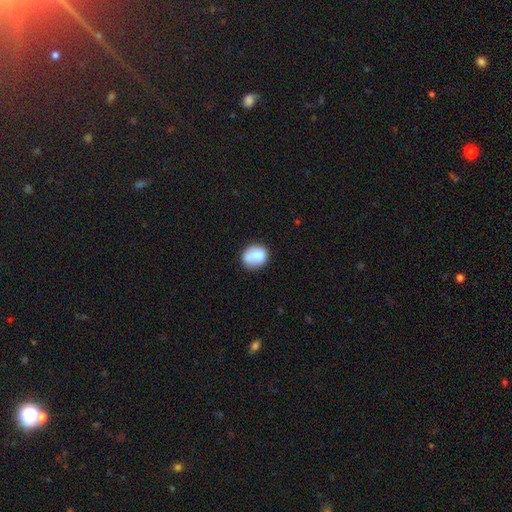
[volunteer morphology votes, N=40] Volunteers were most divided on "how rounded": round: 59%, in between: 41%, cigar-shaped: 0%. More confident: smooth or featured — smooth (80%); merging — none (69%).